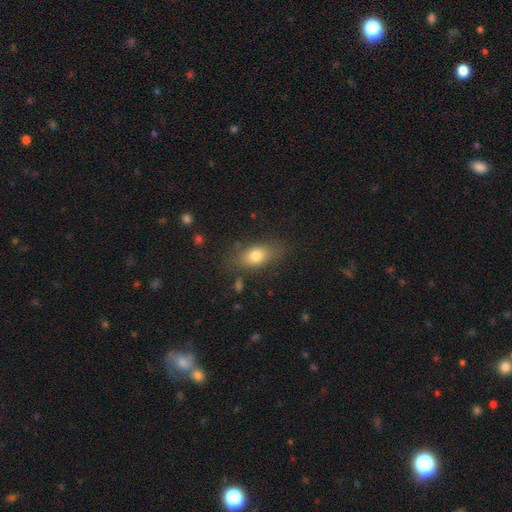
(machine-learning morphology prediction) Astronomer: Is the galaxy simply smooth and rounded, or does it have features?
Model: smooth — 75%.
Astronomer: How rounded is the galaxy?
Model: in between — 78%.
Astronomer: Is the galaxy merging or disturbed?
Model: none — 77%.